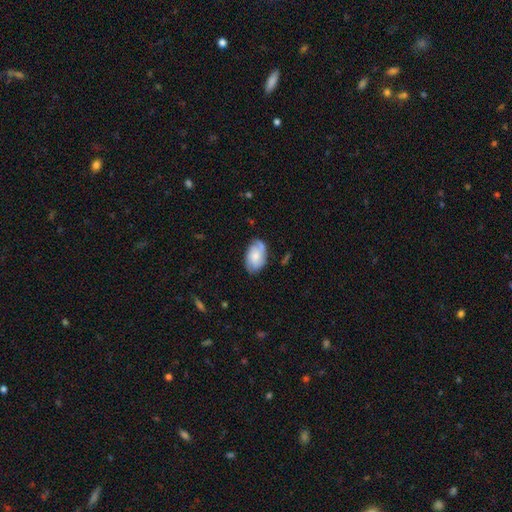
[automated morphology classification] A featured or disk galaxy (48%).

Vote fractions:
- Smooth or featured? featured or disk: 48% / smooth: 45% / star or artifact: 7%
- Merging? none: 65% / minor disturbance: 25% / major disturbance: 7% / merger: 3%